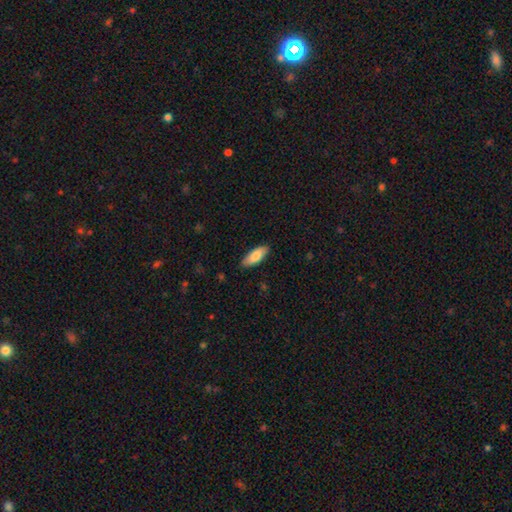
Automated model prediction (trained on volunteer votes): Overall: smooth (83%). How rounded: in between (77%). Merging: none (86%).